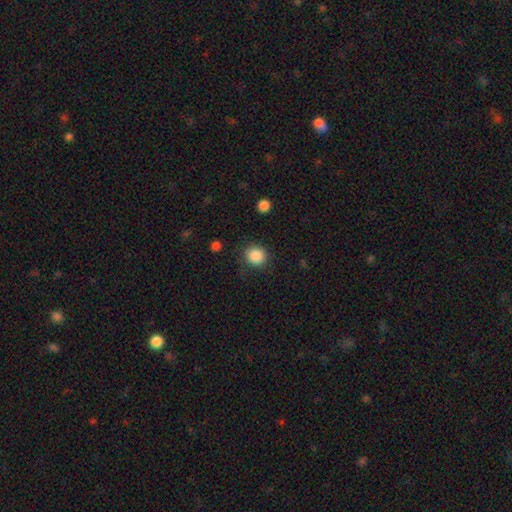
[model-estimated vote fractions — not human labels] smooth 87%, star or artifact 10%, featured or disk 3%. Down the decision tree: how rounded — round (86%); merging — none (84%).